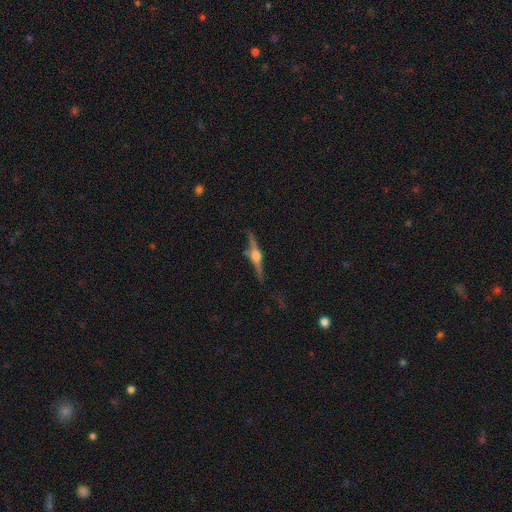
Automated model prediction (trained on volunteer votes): A featured or disk galaxy (83%) viewed edge-on (97%) with a rounded central bulge (94%).

Vote fractions:
- Smooth or featured? featured or disk: 83% / smooth: 10% / star or artifact: 6%
- Edge-on disk? yes: 97% / no: 3%
- Edge-on bulge? rounded: 94% / boxy: 4% / none: 2%
- Merging? none: 82% / minor disturbance: 12% / major disturbance: 3% / merger: 2%